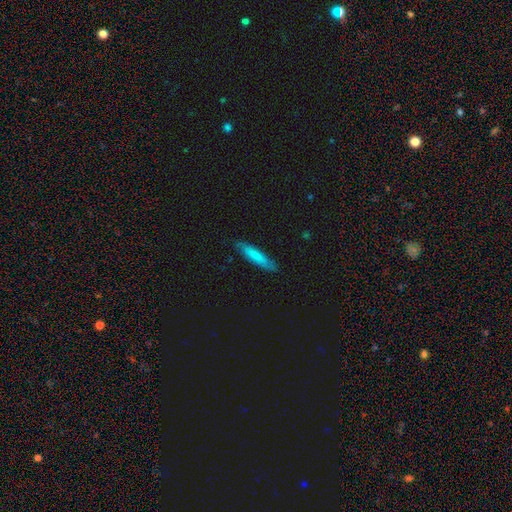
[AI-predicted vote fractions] A smooth galaxy with no disk features (71%) that is cigar-shaped (82%).

Vote fractions:
- Smooth or featured? smooth: 71% / featured or disk: 24% / star or artifact: 5%
- How rounded? cigar-shaped: 82% / in between: 16% / round: 1%
- Merging? none: 84% / minor disturbance: 12% / major disturbance: 2% / merger: 1%